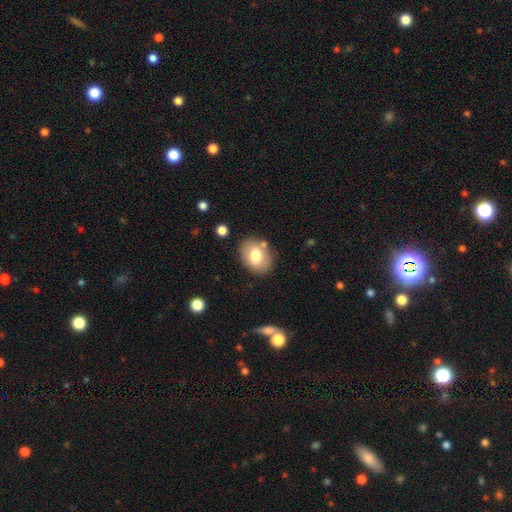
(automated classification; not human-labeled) Smooth or featured? smooth (73%)
How rounded? in between (69%)
Merging? none (78%)